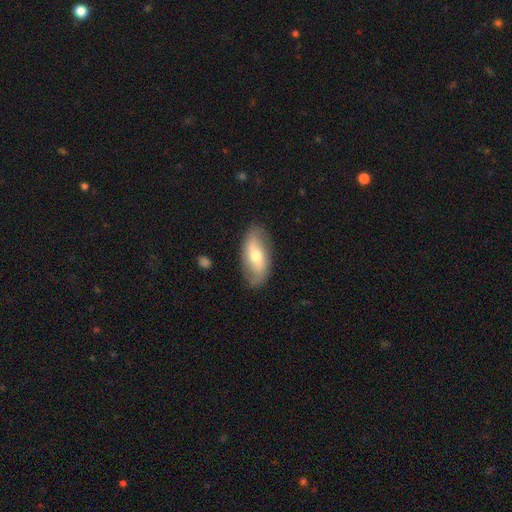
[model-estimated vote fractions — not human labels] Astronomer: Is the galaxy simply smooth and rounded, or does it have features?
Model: featured or disk — 55% (runner-up: smooth, 38%).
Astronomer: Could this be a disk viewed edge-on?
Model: no — 88%.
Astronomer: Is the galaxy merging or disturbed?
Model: none — 83%.